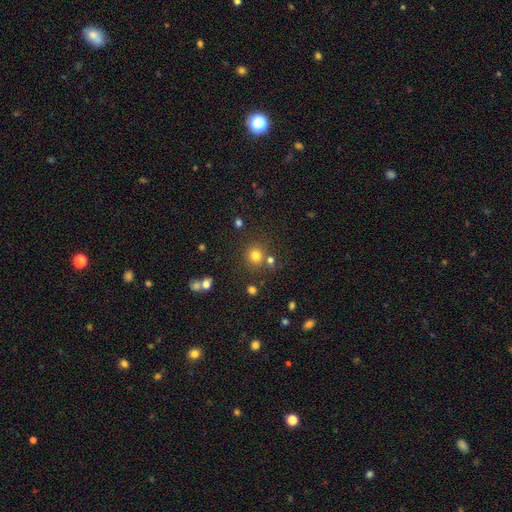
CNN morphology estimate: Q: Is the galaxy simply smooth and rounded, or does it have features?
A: smooth — 77%.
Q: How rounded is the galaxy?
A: round — 91%.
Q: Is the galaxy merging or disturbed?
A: none — 75%.